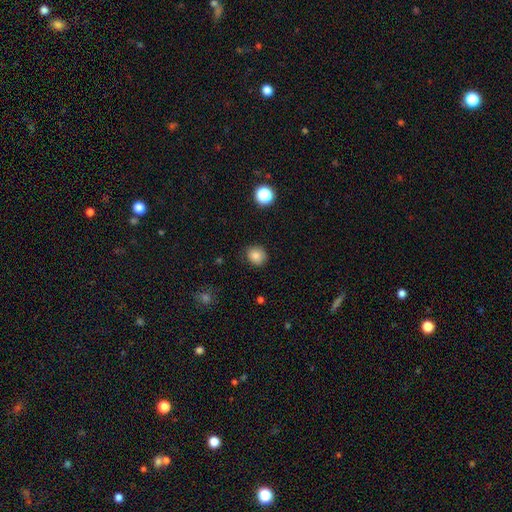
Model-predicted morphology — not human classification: type=smooth (83%); roundness=round (73%); merging=none (85%).